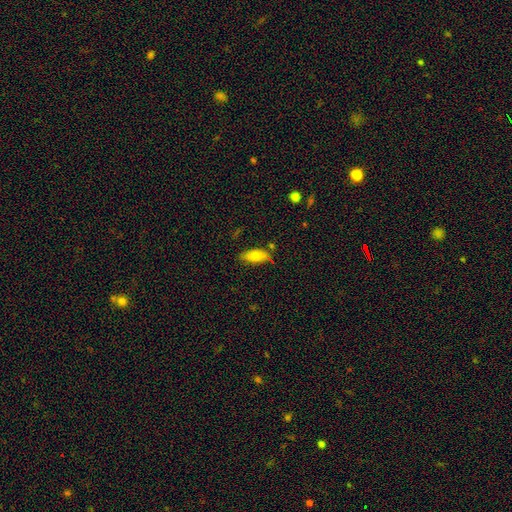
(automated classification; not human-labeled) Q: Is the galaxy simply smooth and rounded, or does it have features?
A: smooth — 79%.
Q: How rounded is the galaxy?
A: in between — 84%.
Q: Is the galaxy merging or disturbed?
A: none — 71%.